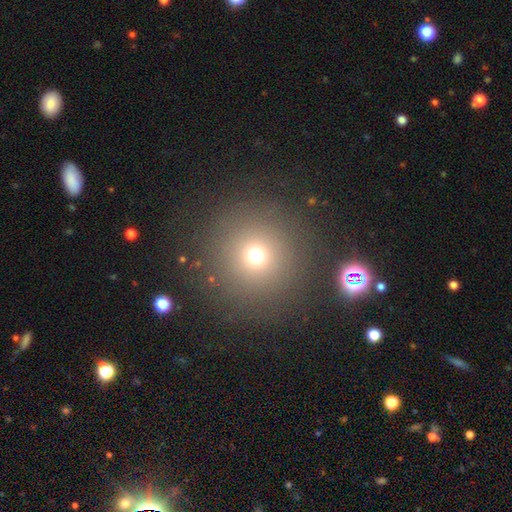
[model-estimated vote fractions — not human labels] This is likely a smooth galaxy (69%). How rounded: clearly round (94%). Merging: clearly none (85%).